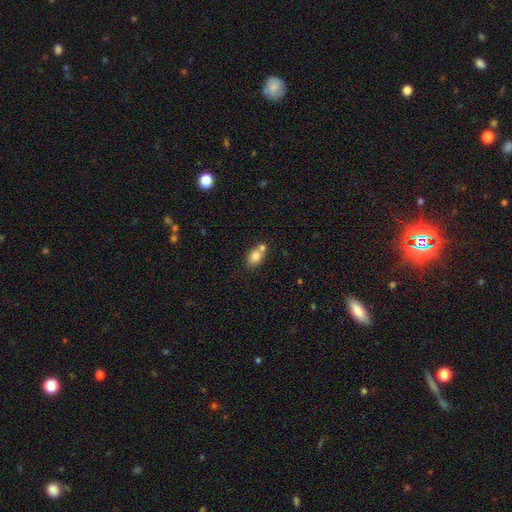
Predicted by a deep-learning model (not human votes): Smooth or featured? Predicted: smooth (p=0.80). How rounded? Predicted: in between (p=0.66). Merging? Predicted: none (p=0.47).